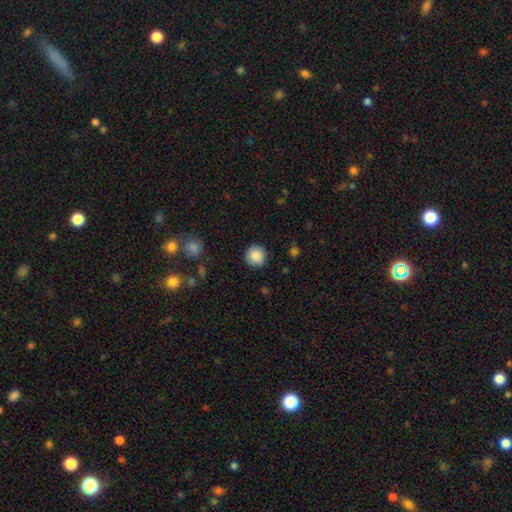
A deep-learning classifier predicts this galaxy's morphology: The model was most divided on "smooth or featured": smooth: 88%, star or artifact: 8%, featured or disk: 4%. More confident: how rounded — round (94%); merging — none (88%).